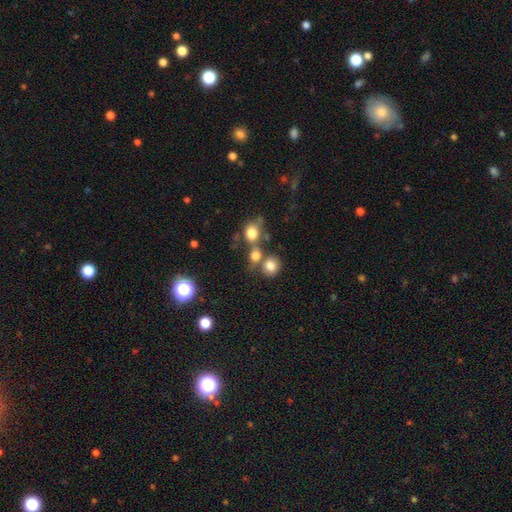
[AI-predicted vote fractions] Smooth or featured: smooth — 77% (star or artifact — 13%)
How rounded: round — 68% (in between — 31%)
Merging: none — 44% (merger — 40%)